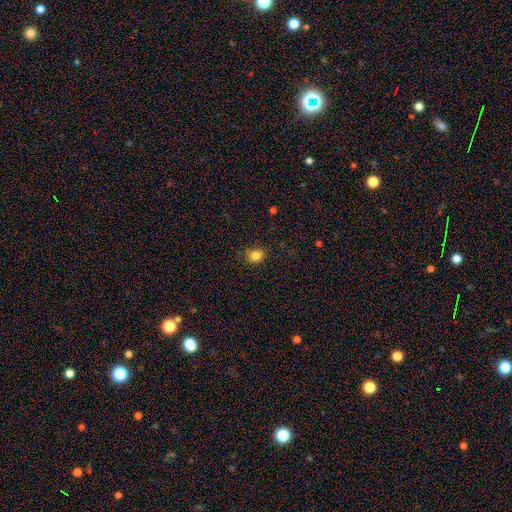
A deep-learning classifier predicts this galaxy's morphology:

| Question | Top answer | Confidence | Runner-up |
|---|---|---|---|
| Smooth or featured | smooth | 84% | star or artifact (11%) |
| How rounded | round | 54% | in between (45%) |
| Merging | none | 83% | minor disturbance (13%) |